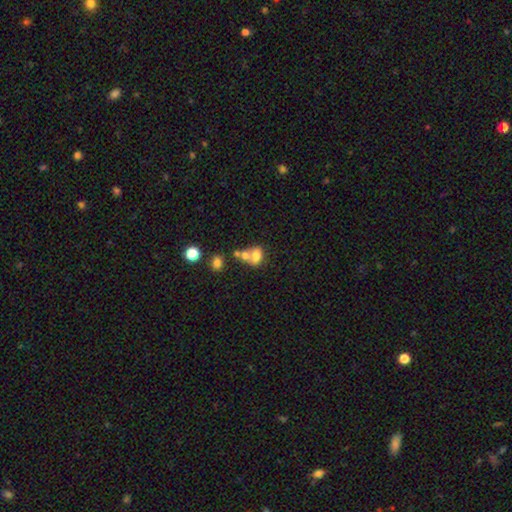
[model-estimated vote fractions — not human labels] Smooth or featured: smooth — 68% (featured or disk — 20%)
How rounded: in between — 65% (round — 33%)
Merging: merger — 56% (none — 27%)